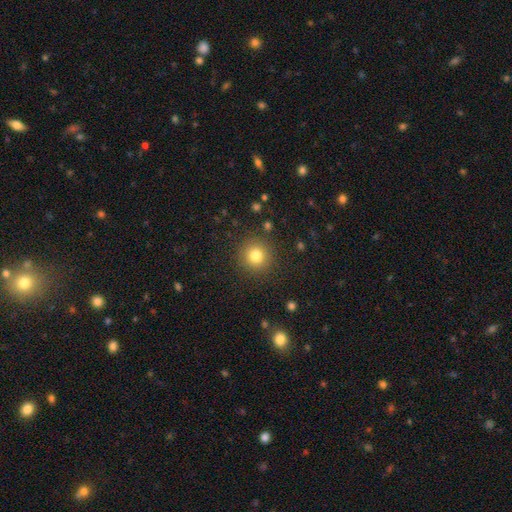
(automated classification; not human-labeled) A smooth galaxy with no disk features (80%) that is round (94%). Merging: none (89%).